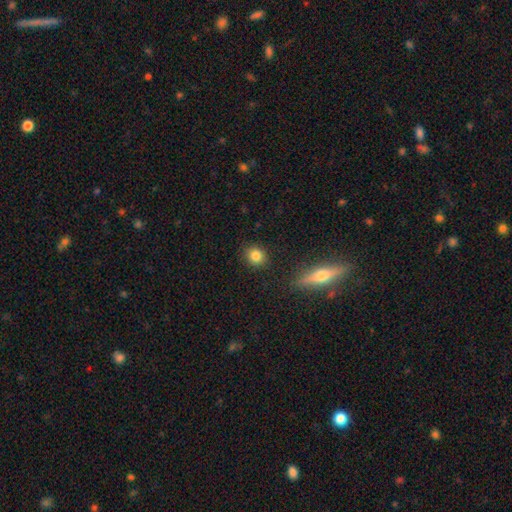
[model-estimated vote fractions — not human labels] smooth 84%, star or artifact 10%, featured or disk 7%. Down the decision tree: how rounded — round (78%); merging — none (89%).